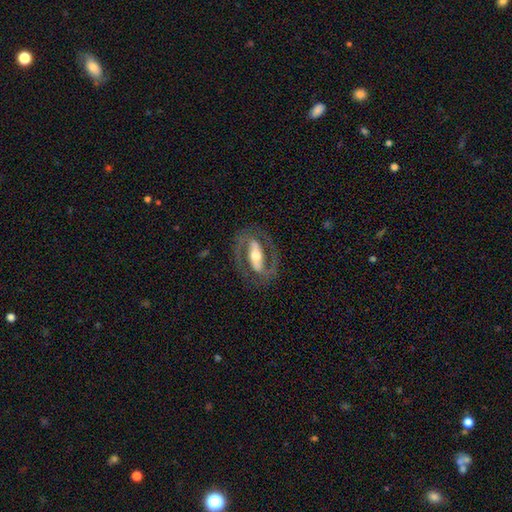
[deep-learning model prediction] Smooth or featured?
  - featured or disk: 83% *
  - smooth: 13%
  - star or artifact: 5%
Edge-on disk?
  - no: 89% *
  - yes: 11%
Bar?
  - strong: 65% *
  - weak: 20%
  - no: 15%
Spiral arms?
  - yes: 77% *
  - no: 23%
Spiral winding?
  - medium: 49% *
  - tight: 35%
  - loose: 16%
Spiral arm count?
  - 2: 87% *
  - can't tell: 6%
  - 1: 4%
  - 3: 1%
  - 4: 1%
  - more than 4: 1%
Bulge size?
  - moderate: 62% *
  - small: 19%
  - large: 16%
  - dominant: 2%
  - none: 1%
Merging?
  - none: 78% *
  - minor disturbance: 12%
  - major disturbance: 9%
  - merger: 1%